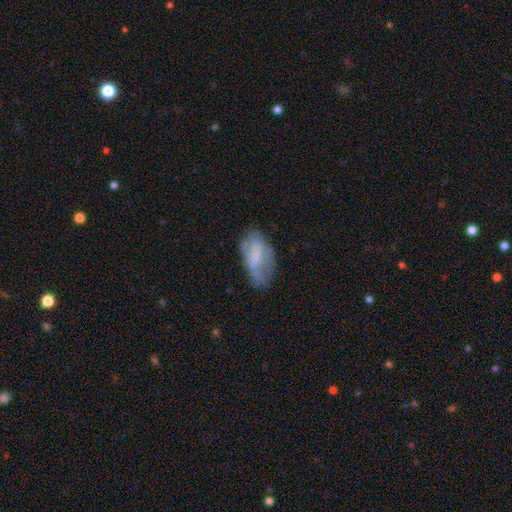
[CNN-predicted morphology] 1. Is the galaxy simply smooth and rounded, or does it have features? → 56% smooth, 36% featured or disk, 8% star or artifact.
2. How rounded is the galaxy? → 91% in between, 6% cigar-shaped, 3% round.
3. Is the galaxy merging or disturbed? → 49% none, 30% minor disturbance, 18% major disturbance, 3% merger.